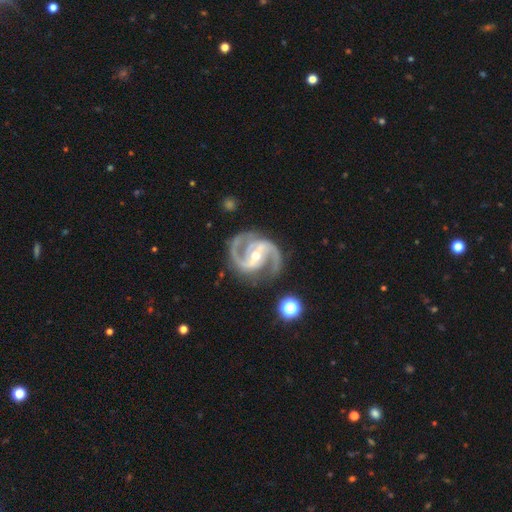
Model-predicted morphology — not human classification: Smooth or featured? Predicted: featured or disk (p=0.94). Edge-on disk? Predicted: no (p=0.98). Bar? Predicted: strong (p=0.52). Spiral arms? Predicted: yes (p=0.99). Spiral winding? Predicted: medium (p=0.65). Spiral arm count? Predicted: 2 (p=0.92). Bulge size? Predicted: moderate (p=0.53). Merging? Predicted: none (p=0.80).